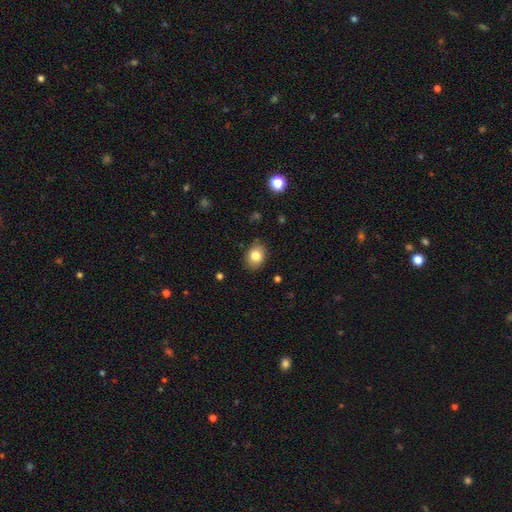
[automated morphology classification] Smooth or featured: smooth — 82% (featured or disk — 10%)
How rounded: in between — 68% (round — 31%)
Merging: none — 85% (minor disturbance — 11%)